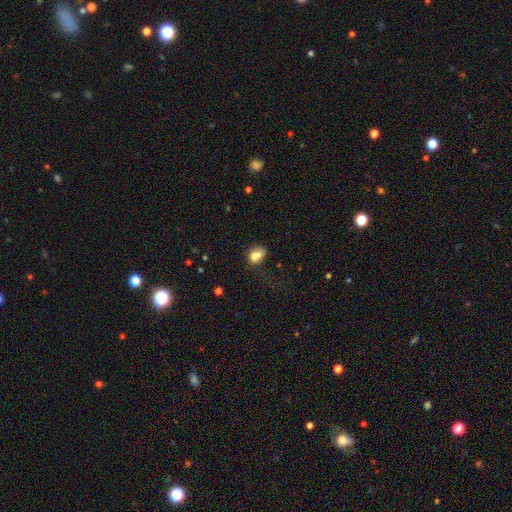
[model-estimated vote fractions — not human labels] Morphology: type=smooth (72%); roundness=in between (60%); merging=none (36%).